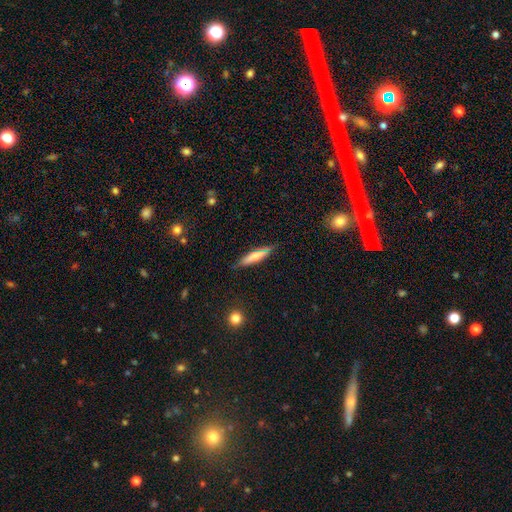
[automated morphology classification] This is likely a smooth galaxy (62%). How rounded: clearly cigar-shaped (83%). Merging: clearly none (81%).